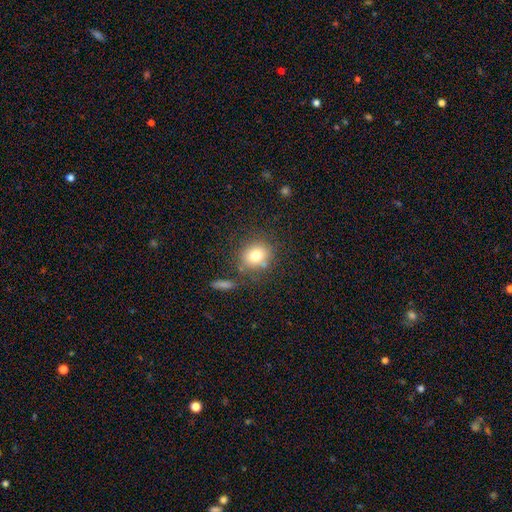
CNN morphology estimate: A smooth galaxy with no disk features (79%) that is round (72%). Merging: none (74%).